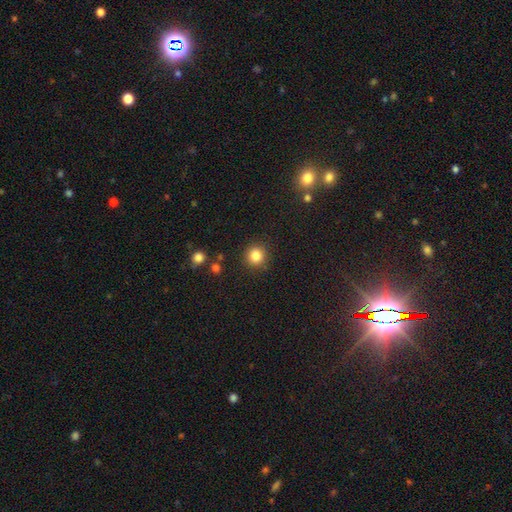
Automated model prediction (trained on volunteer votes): smooth 84%, star or artifact 11%, featured or disk 5%. Down the decision tree: how rounded — round (93%); merging — none (90%).